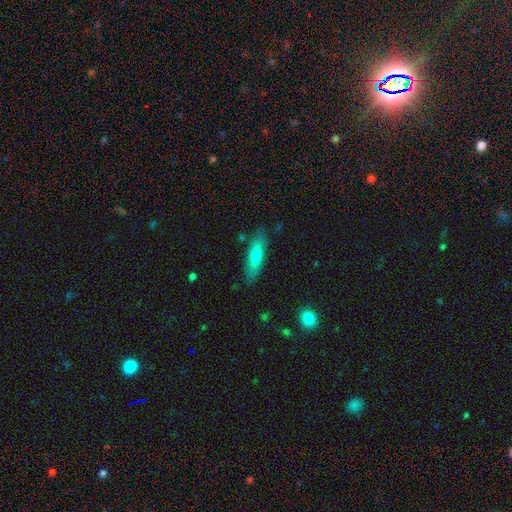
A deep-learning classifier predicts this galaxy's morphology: Smooth or featured: smooth — 66% (featured or disk — 27%)
How rounded: cigar-shaped — 58% (in between — 40%)
Merging: none — 82% (minor disturbance — 13%)